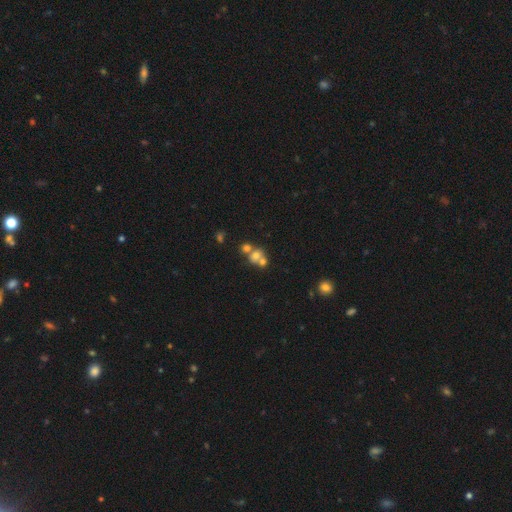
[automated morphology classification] A smooth galaxy with no disk features (63%) that is round (66%).

Vote fractions:
- Smooth or featured? smooth: 63% / featured or disk: 22% / star or artifact: 15%
- How rounded? round: 66% / in between: 33% / cigar-shaped: 1%
- Merging? merger: 58% / none: 30% / minor disturbance: 7% / major disturbance: 5%